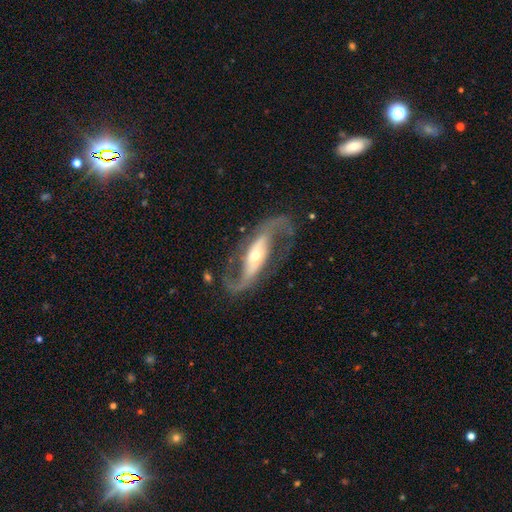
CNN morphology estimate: featured or disk 90%, smooth 6%, star or artifact 4%. Down the decision tree: edge-on disk — no (93%); bar — strong (43%); spiral arms — yes (95%); spiral arm count — 2 (93%); spiral winding — loose (59%); bulge size — moderate (47%); merging — none (75%).